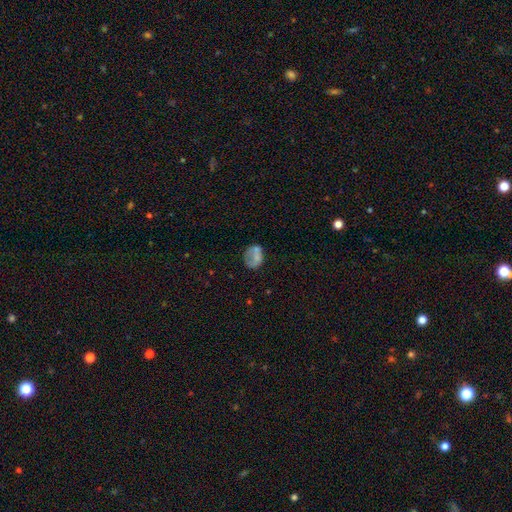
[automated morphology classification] Smooth or featured?
  - smooth: 64% *
  - featured or disk: 26%
  - star or artifact: 10%
How rounded?
  - in between: 50% *
  - round: 49%
  - cigar-shaped: 1%
Merging?
  - none: 43% *
  - minor disturbance: 25%
  - major disturbance: 20%
  - merger: 12%